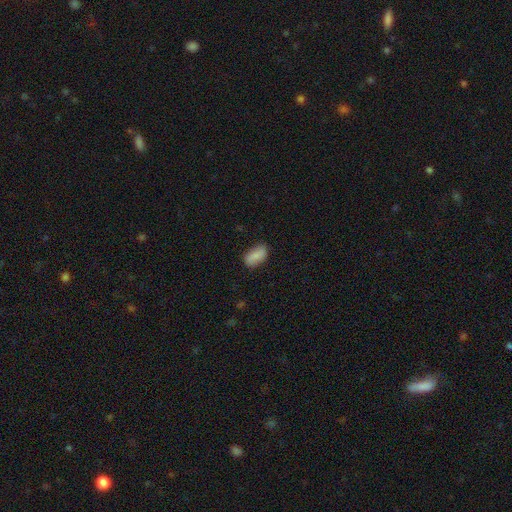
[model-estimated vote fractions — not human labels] Smooth or featured: smooth — 85% (featured or disk — 8%)
How rounded: in between — 93% (round — 4%)
Merging: none — 81% (minor disturbance — 15%)